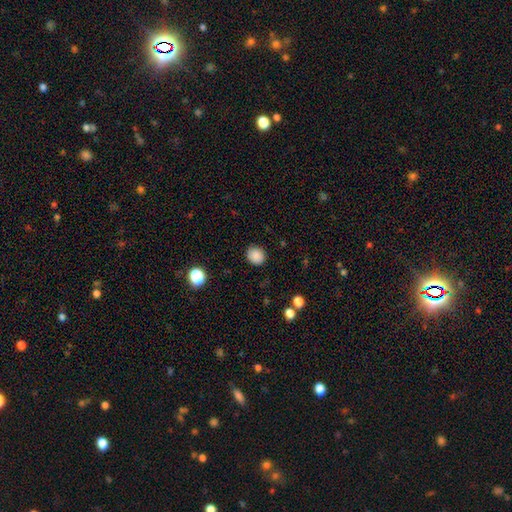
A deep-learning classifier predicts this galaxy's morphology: smooth_or_featured: smooth (p=0.87) [alt: star or artifact p=0.10]
how_rounded: round (p=0.79) [alt: in between p=0.20]
merging: none (p=0.89) [alt: minor disturbance p=0.08]